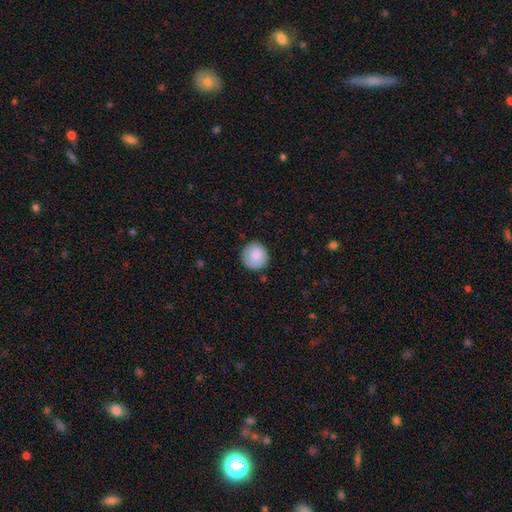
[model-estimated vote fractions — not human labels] This appears to be a smooth galaxy with no disk features (86%) that is round (93%). Merging: none (87%).